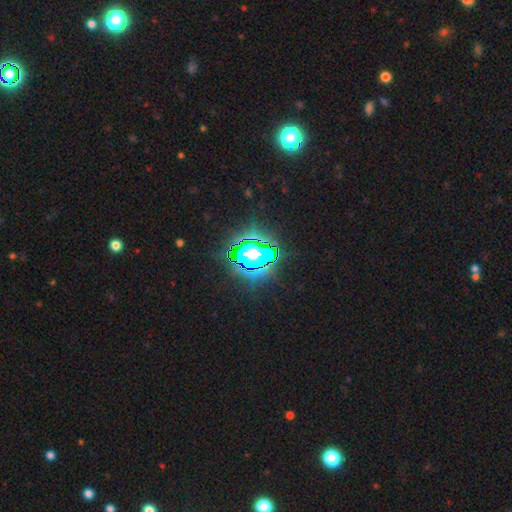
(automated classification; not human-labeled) Smooth or featured? star or artifact (75%)